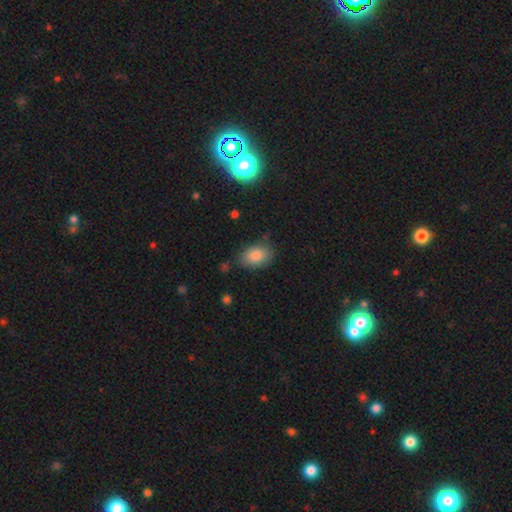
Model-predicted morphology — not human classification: Overall: smooth (84%). How rounded: in between (87%). Merging: none (75%).